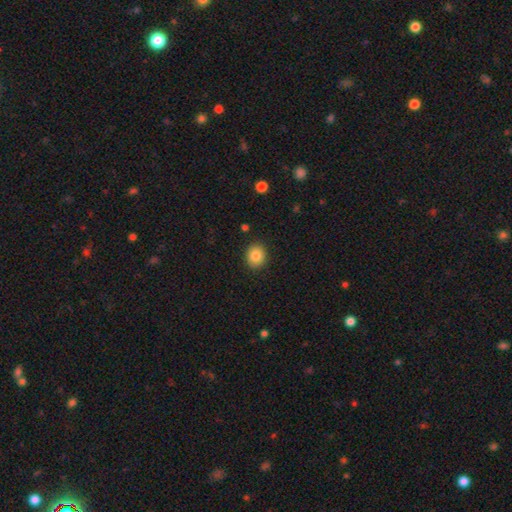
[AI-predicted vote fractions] smooth-or-featured: smooth: 85% | star or artifact: 9% | featured or disk: 6%
  how-rounded: round: 73% | in between: 26% | cigar-shaped: 1%
  merging: none: 90% | minor disturbance: 7% | major disturbance: 2% | merger: 1%